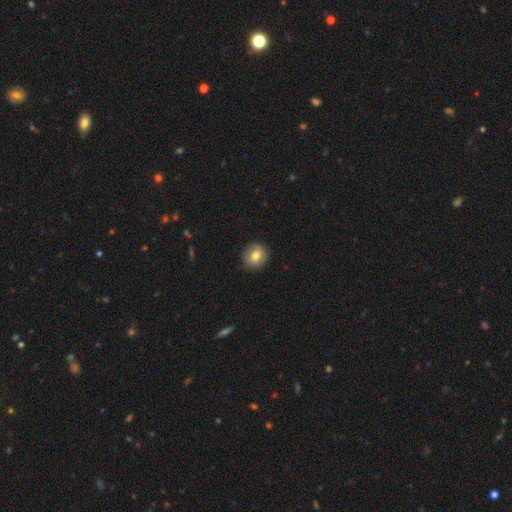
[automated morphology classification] Overall: smooth (77%). How rounded: round (83%). Merging: none (89%).